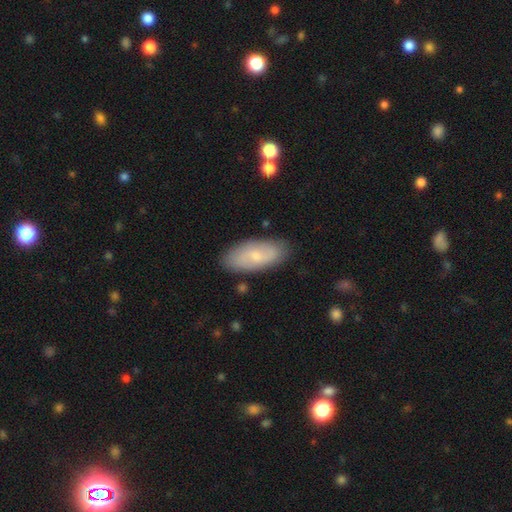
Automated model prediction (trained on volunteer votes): smooth 54%, featured or disk 40%, star or artifact 7%. Down the decision tree: how rounded — in between (86%); merging — none (84%).